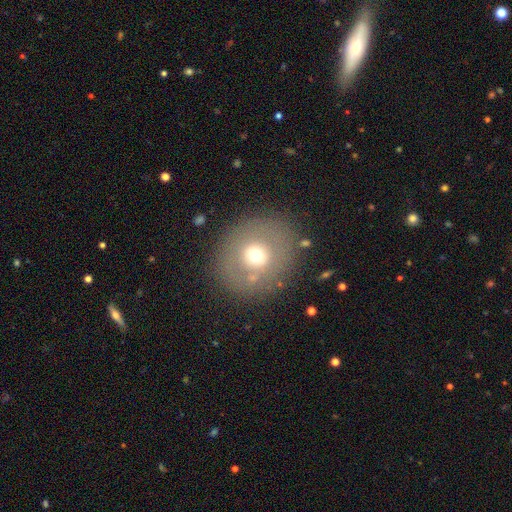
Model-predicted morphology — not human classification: smooth_or_featured: smooth (p=0.58) [alt: featured or disk p=0.28]
how_rounded: round (p=0.83) [alt: in between p=0.16]
merging: none (p=0.81) [alt: minor disturbance p=0.10]